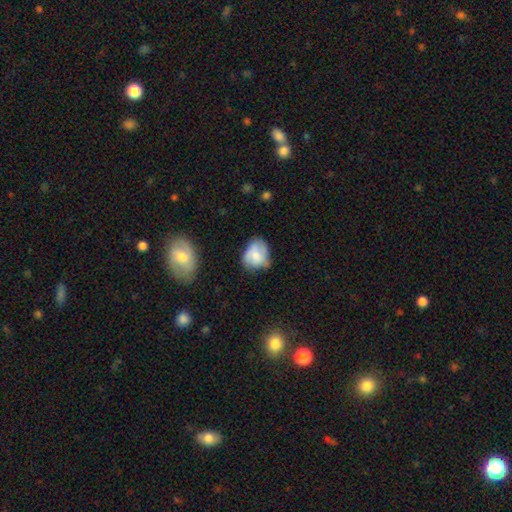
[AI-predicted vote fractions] A smooth galaxy with no disk features (65%) that is in between round and cigar-shaped (51%). Merging: none (49%).